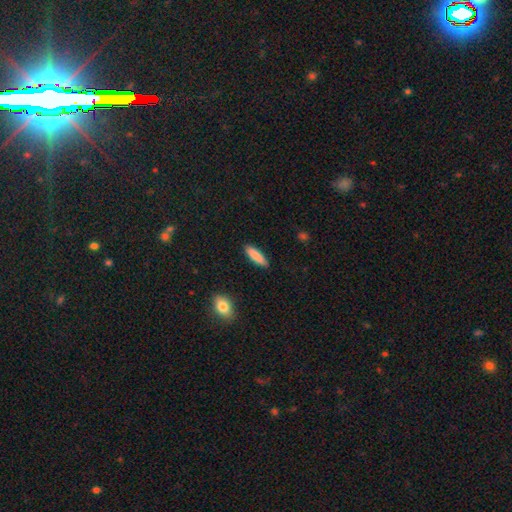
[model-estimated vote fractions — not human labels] smooth 86%, featured or disk 8%, star or artifact 6%. Down the decision tree: how rounded — cigar-shaped (61%); merging — none (89%).